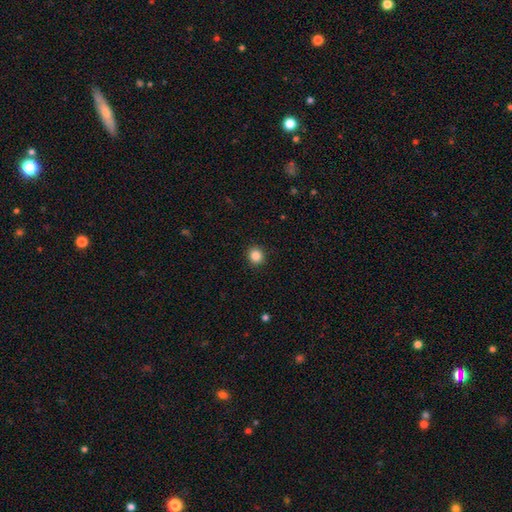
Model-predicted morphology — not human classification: A smooth galaxy with no disk features (86%) that is round (90%).

Vote fractions:
- Smooth or featured? smooth: 86% / star or artifact: 10% / featured or disk: 3%
- How rounded? round: 90% / in between: 9% / cigar-shaped: 1%
- Merging? none: 92% / minor disturbance: 5% / major disturbance: 2% / merger: 1%